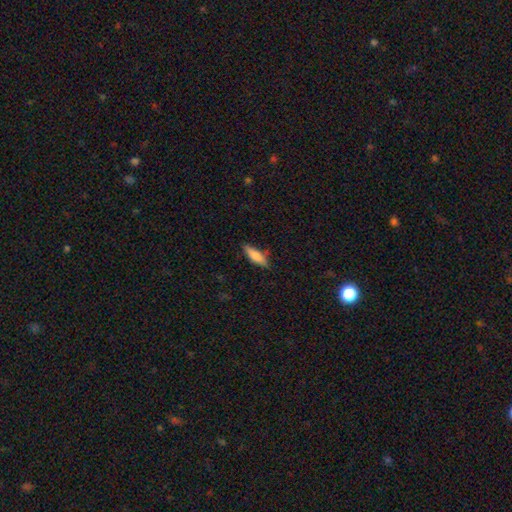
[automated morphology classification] This is likely a smooth galaxy (78%). How rounded: possibly cigar-shaped (52%). Merging: clearly none (81%).